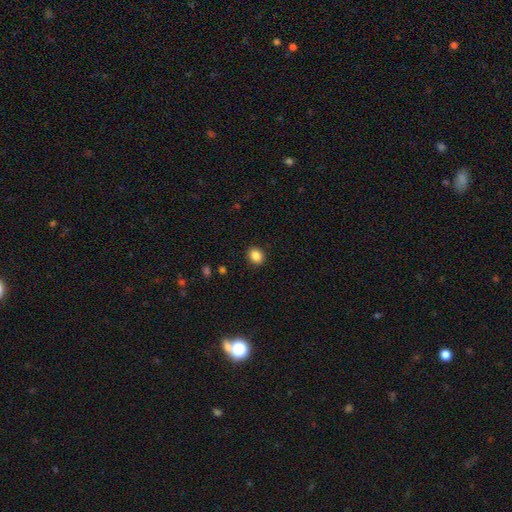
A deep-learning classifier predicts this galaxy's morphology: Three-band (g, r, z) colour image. It shows a smooth galaxy with no disk features (86%) that is round (52%). Merging: none (90%).